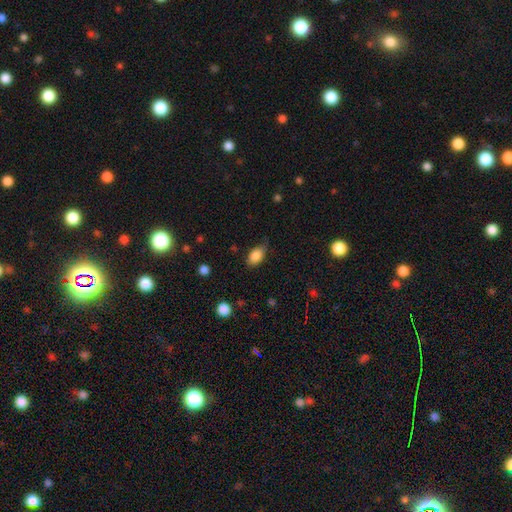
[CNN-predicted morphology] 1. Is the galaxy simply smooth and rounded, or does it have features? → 86% smooth, 8% star or artifact, 6% featured or disk.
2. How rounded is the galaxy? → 89% in between, 9% round, 2% cigar-shaped.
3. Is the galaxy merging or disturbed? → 67% none, 25% minor disturbance, 6% major disturbance, 1% merger.